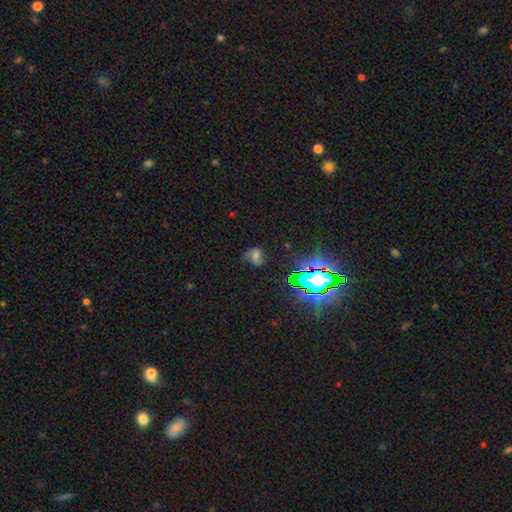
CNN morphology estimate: Q: Smooth or featured?
A: smooth (38%); runner-up: star or artifact (32%)
Q: Merging?
A: none (53%); runner-up: minor disturbance (23%)